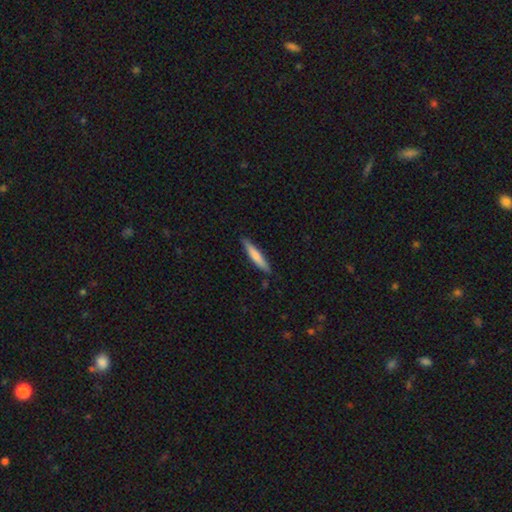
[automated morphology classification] Smooth or featured: smooth — 70% (featured or disk — 25%)
How rounded: cigar-shaped — 91% (in between — 8%)
Merging: none — 87% (minor disturbance — 10%)